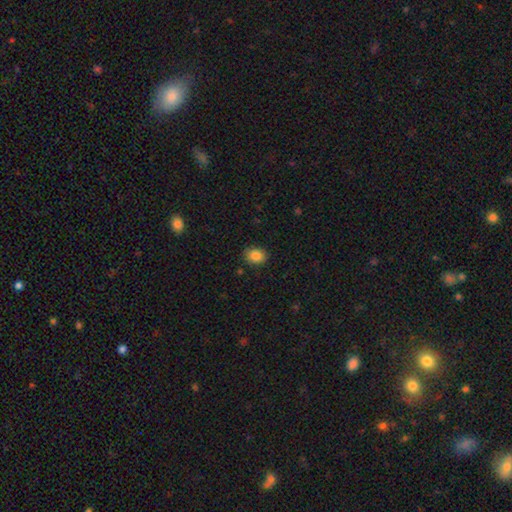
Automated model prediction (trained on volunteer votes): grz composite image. It shows a smooth galaxy with no disk features (85%) that is in between round and cigar-shaped (59%). Merging: none (88%).